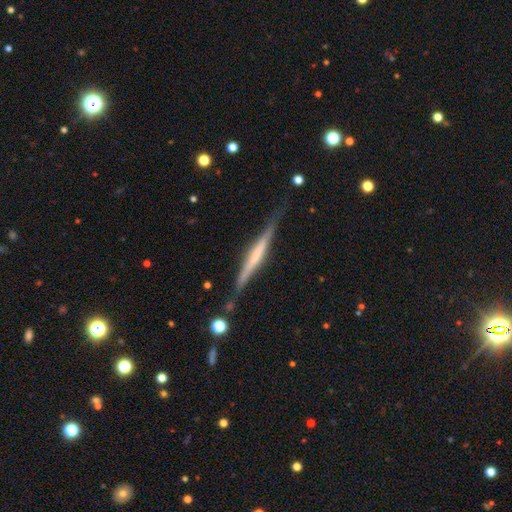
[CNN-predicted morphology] smooth_or_featured: featured or disk (p=0.64) [alt: smooth p=0.30]
disk_edge_on: yes (p=0.97) [alt: no p=0.03]
edge_on_bulge: none (p=0.51) [alt: boxy p=0.26]
merging: none (p=0.82) [alt: minor disturbance p=0.13]